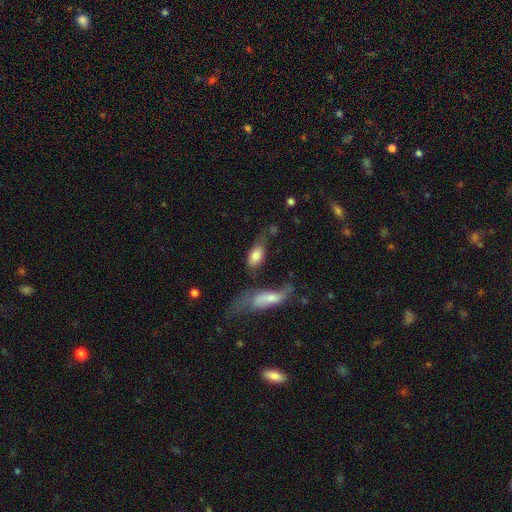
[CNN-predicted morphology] Smooth or featured? Predicted: smooth (p=0.76). How rounded? Predicted: in between (p=0.88). Merging? Predicted: none (p=0.39).